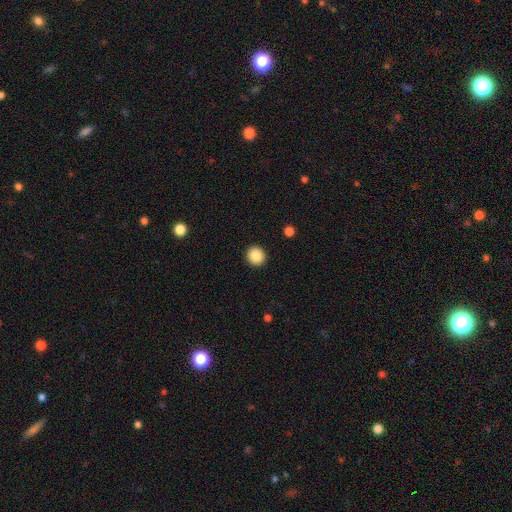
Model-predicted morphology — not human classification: The model was most divided on "smooth or featured": smooth: 87%, star or artifact: 9%, featured or disk: 4%. More confident: merging — none (92%); how rounded — round (92%).